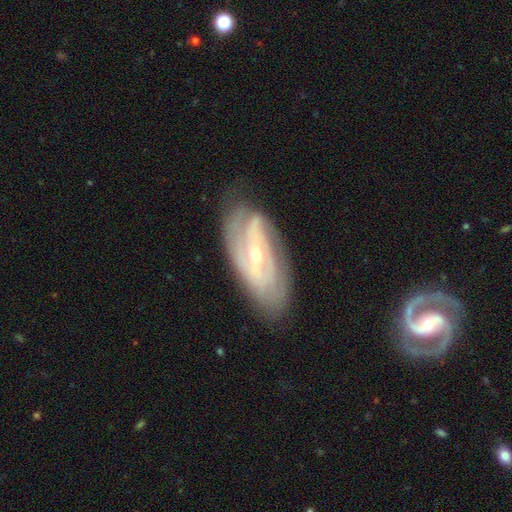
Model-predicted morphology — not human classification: smooth-or-featured: featured or disk: 84% | smooth: 10% | star or artifact: 6%
  disk-edge-on: no: 91% | yes: 9%
    bar: weak: 39% | strong: 32% | no: 29%
    has-spiral-arms: yes: 91% | no: 9%
      spiral-winding: tight: 55% | medium: 34% | loose: 11%
      spiral-arm-count: 2: 44% | can't tell: 30% | 3: 13% | 4: 5% | 1: 4% | more than 4: 3%
    bulge-size: small: 66% | moderate: 31% | large: 1% | none: 1% | dominant: 1%
  merging: none: 75% | minor disturbance: 18% | major disturbance: 6% | merger: 1%